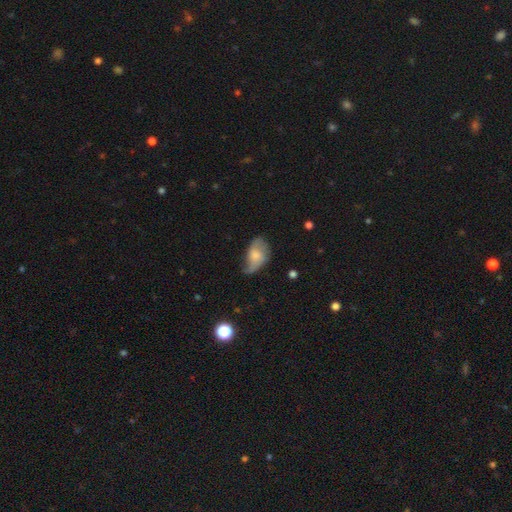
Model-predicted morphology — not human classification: This appears to be a smooth galaxy with no disk features (51%) that is in between round and cigar-shaped (90%). Merging: none (43%).